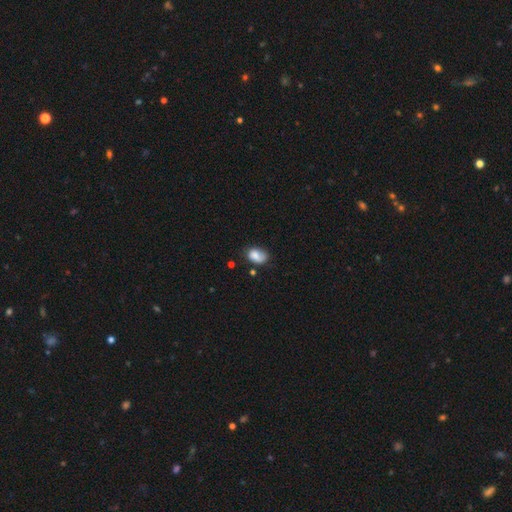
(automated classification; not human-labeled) Smooth or featured? smooth (76%)
How rounded? in between (82%)
Merging? none (55%)